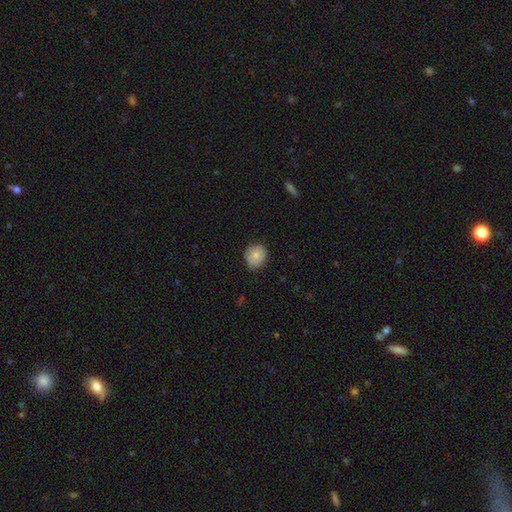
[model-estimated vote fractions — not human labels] Smooth or featured? Predicted: smooth (p=0.80). How rounded? Predicted: round (p=0.76). Merging? Predicted: none (p=0.81).